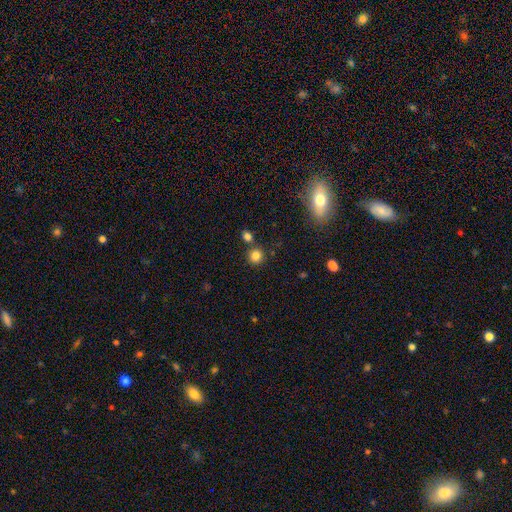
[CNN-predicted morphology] Smooth or featured? Predicted: smooth (p=0.83). How rounded? Predicted: round (p=0.89). Merging? Predicted: none (p=0.76).